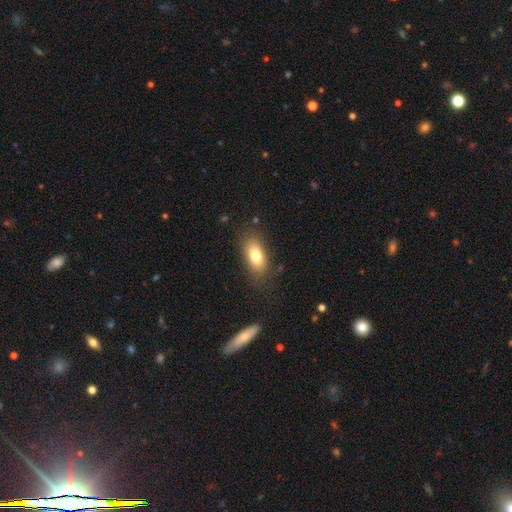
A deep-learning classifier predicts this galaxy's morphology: Smooth or featured?
  - smooth: 77% *
  - featured or disk: 14%
  - star or artifact: 8%
How rounded?
  - in between: 86% *
  - cigar-shaped: 7%
  - round: 7%
Merging?
  - none: 80% *
  - minor disturbance: 13%
  - major disturbance: 5%
  - merger: 2%